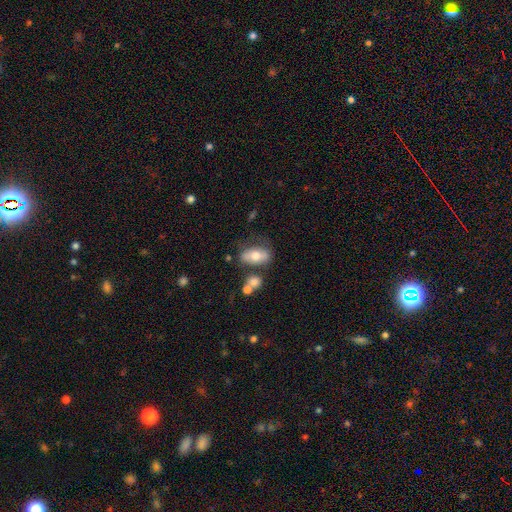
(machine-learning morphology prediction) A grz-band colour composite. It shows a smooth galaxy with no disk features (63%) that is in between round and cigar-shaped (85%). Merging: none (55%).